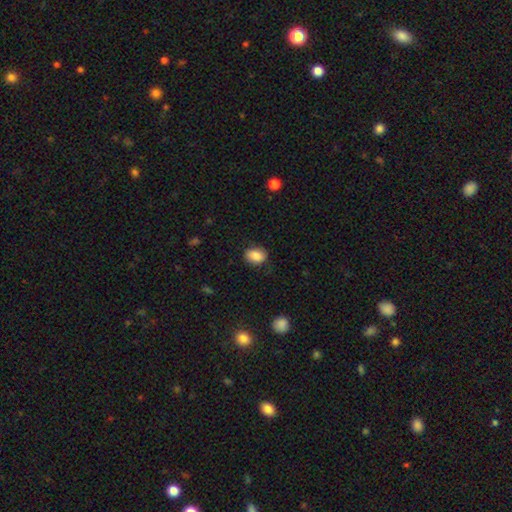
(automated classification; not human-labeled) This appears to be a smooth galaxy with no disk features (86%) that is in between round and cigar-shaped (73%). Merging: none (82%).